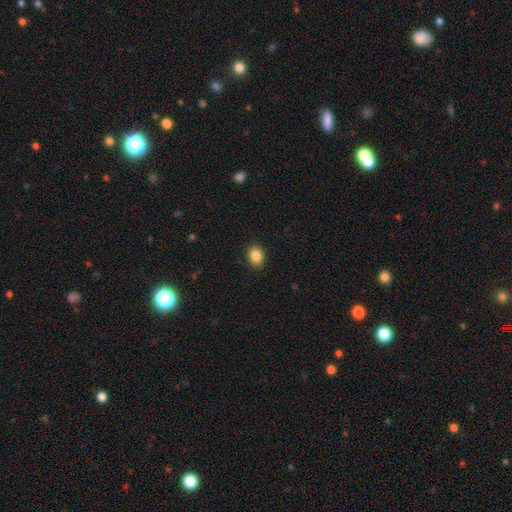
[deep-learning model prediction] Smooth or featured? smooth (87%)
How rounded? in between (67%)
Merging? none (90%)